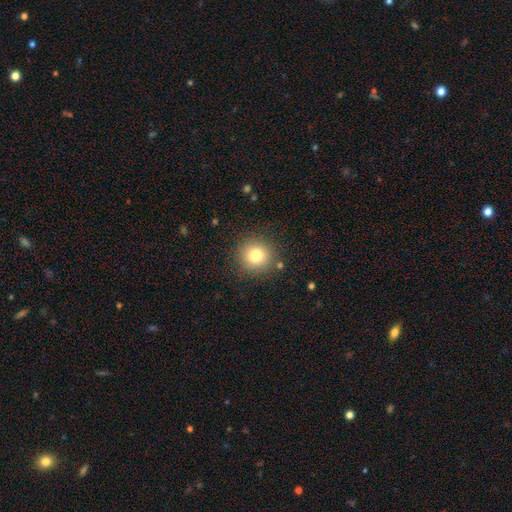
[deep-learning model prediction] Smooth or featured?
  - smooth: 80% *
  - star or artifact: 12%
  - featured or disk: 9%
How rounded?
  - round: 92% *
  - in between: 7%
  - cigar-shaped: 1%
Merging?
  - none: 87% *
  - minor disturbance: 8%
  - major disturbance: 3%
  - merger: 2%